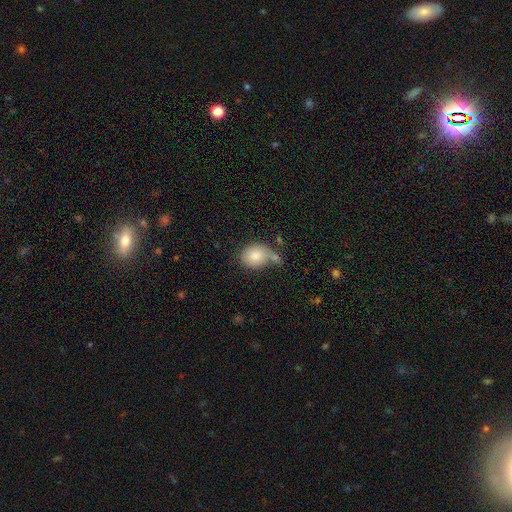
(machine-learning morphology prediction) A smooth galaxy with no disk features (82%) that is round (57%).

Vote fractions:
- Smooth or featured? smooth: 82% / featured or disk: 11% / star or artifact: 8%
- How rounded? round: 57% / in between: 42% / cigar-shaped: 1%
- Merging? none: 44% / merger: 24% / minor disturbance: 21% / major disturbance: 12%